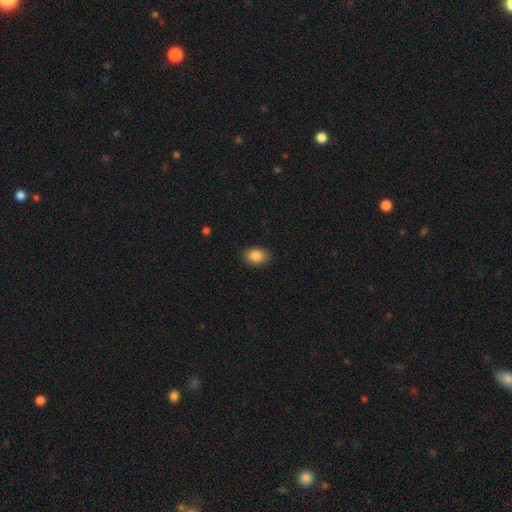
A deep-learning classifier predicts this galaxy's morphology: Smooth or featured?
  - smooth: 86% *
  - star or artifact: 8%
  - featured or disk: 5%
How rounded?
  - in between: 76% *
  - round: 23%
  - cigar-shaped: 1%
Merging?
  - none: 88% *
  - minor disturbance: 9%
  - major disturbance: 2%
  - merger: 1%